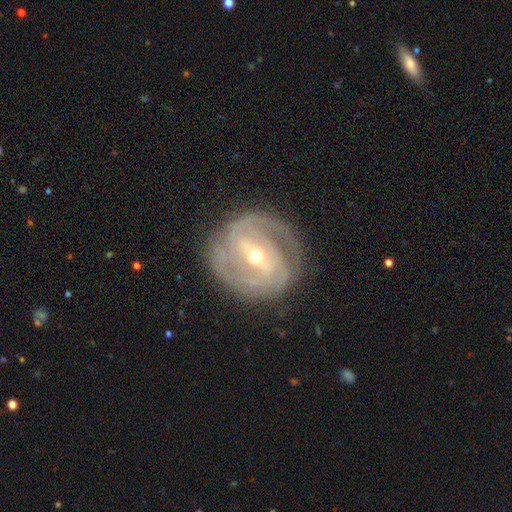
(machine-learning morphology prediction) Overall: featured or disk (89%). Edge-on disk: no (96%). Bar: strong (46%; weak 40%). Spiral arms: yes (96%). Spiral arm count: 2 (43%; 3 22%). Spiral winding: tight (68%). Bulge size: moderate (49%; small 48%). Merging: none (81%).